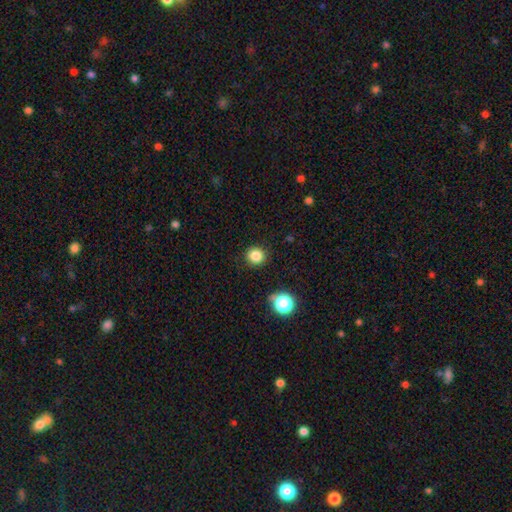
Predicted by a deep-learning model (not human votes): smooth-or-featured: smooth: 83% | star or artifact: 13% | featured or disk: 4%
  how-rounded: round: 91% | in between: 8% | cigar-shaped: 1%
  merging: none: 90% | minor disturbance: 7% | major disturbance: 2% | merger: 1%